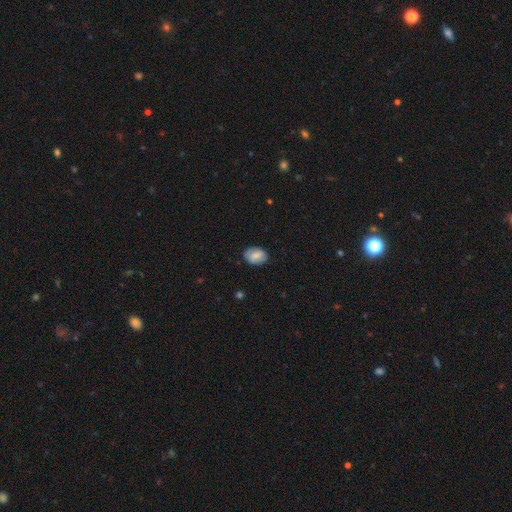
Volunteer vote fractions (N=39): smooth-or-featured: smooth: 72% | featured or disk: 23% | star or artifact: 5%
  how-rounded: in between: 82% | round: 14% | cigar-shaped: 4%
  merging: none: 78% | major disturbance: 11% | minor disturbance: 8% | merger: 3%